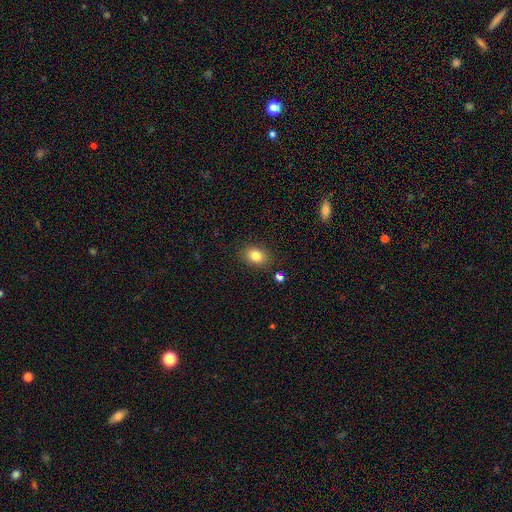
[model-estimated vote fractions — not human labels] smooth 83%, star or artifact 10%, featured or disk 7%. Down the decision tree: how rounded — in between (66%); merging — none (85%).